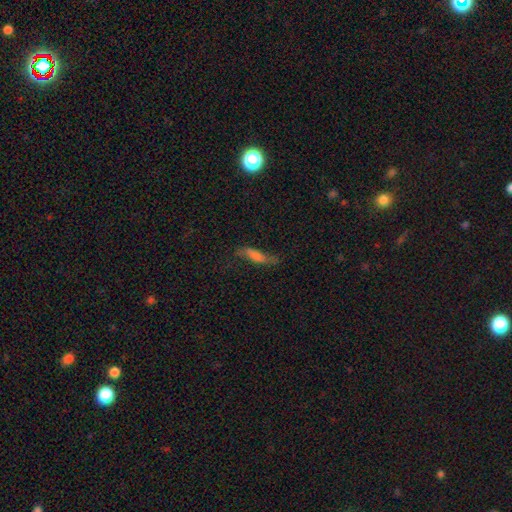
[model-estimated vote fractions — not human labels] Smooth or featured: smooth — 45% (featured or disk — 42%)
Merging: none — 59% (minor disturbance — 24%)